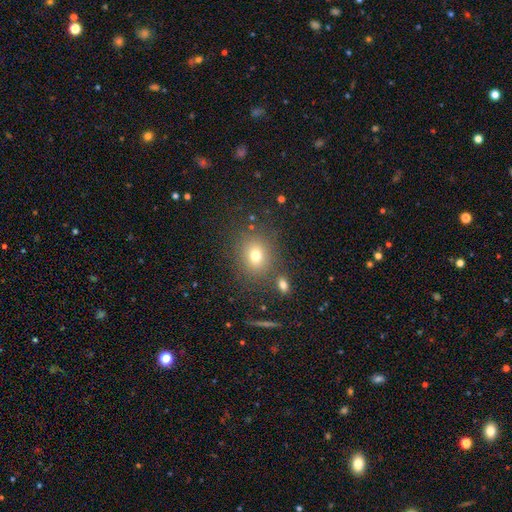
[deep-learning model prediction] Smooth or featured: smooth — 73% (star or artifact — 16%)
How rounded: round — 69% (in between — 30%)
Merging: none — 79% (minor disturbance — 10%)